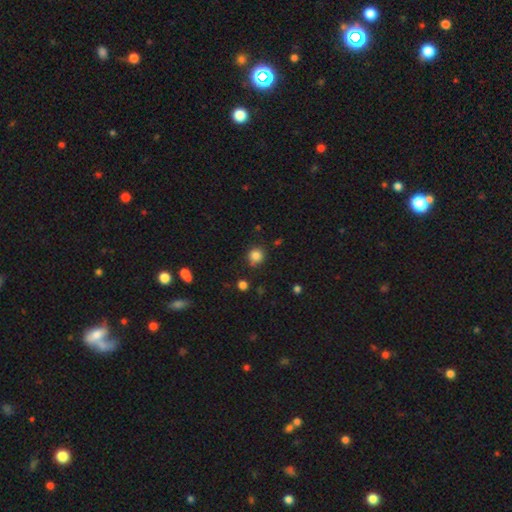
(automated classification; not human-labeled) This appears to be a smooth galaxy with no disk features (83%) that is round (86%). Merging: none (77%).